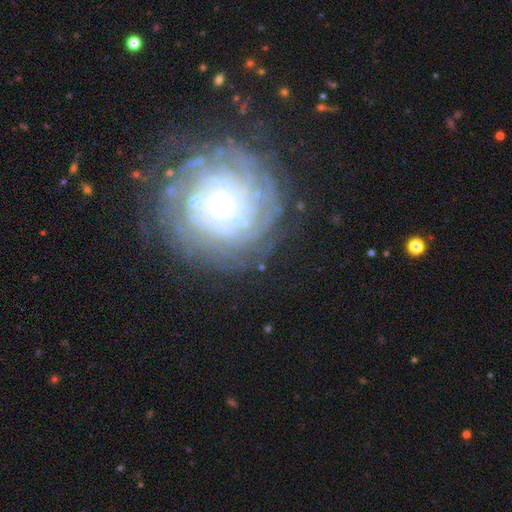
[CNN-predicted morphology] Overall: featured or disk (79%). Edge-on disk: no (97%). Bar: no (72%). Spiral arms: yes (94%). Spiral arm count: can't tell (39%; more than 4 20%). Spiral winding: tight (86%). Bulge size: small (53%; moderate 40%). Merging: none (82%).